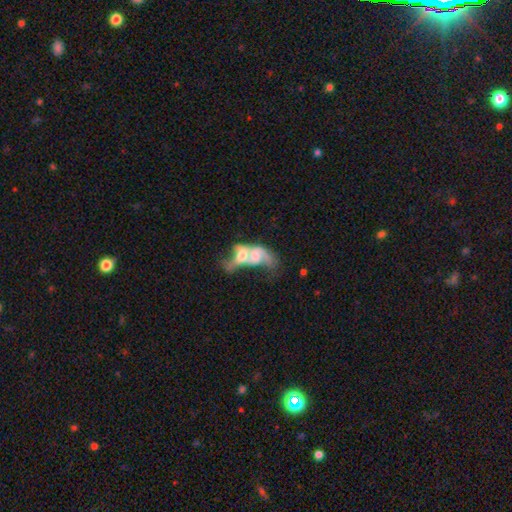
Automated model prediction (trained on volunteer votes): A featured or disk galaxy (60%) with no bar (67%), spiral arms (62%) and a moderate central bulge (47%). Merging: merger (78%).